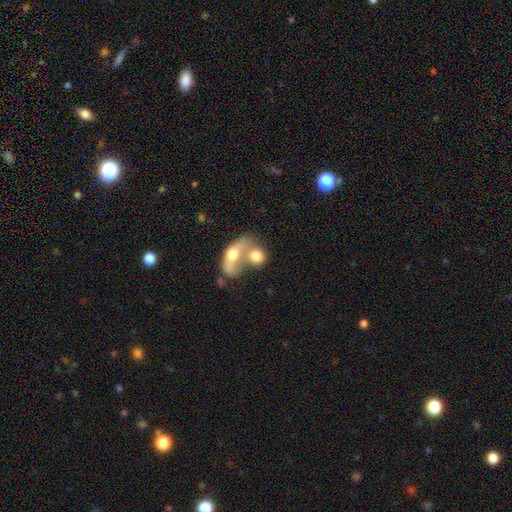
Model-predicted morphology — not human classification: smooth_or_featured: smooth (p=0.64) [alt: featured or disk p=0.27]
how_rounded: in between (p=0.55) [alt: round p=0.41]
merging: merger (p=0.74) [alt: none p=0.11]